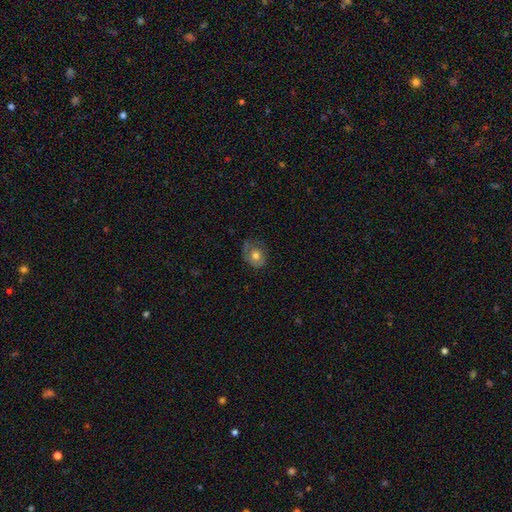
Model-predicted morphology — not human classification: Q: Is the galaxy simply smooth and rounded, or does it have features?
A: smooth — 63%.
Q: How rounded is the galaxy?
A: round — 53%.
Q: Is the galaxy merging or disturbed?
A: none — 54%.